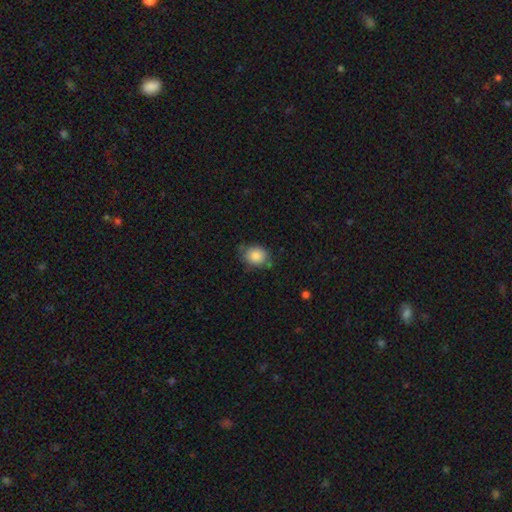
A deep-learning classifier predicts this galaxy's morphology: Smooth or featured: smooth — 83% (star or artifact — 9%)
How rounded: round — 60% (in between — 39%)
Merging: none — 67% (minor disturbance — 24%)